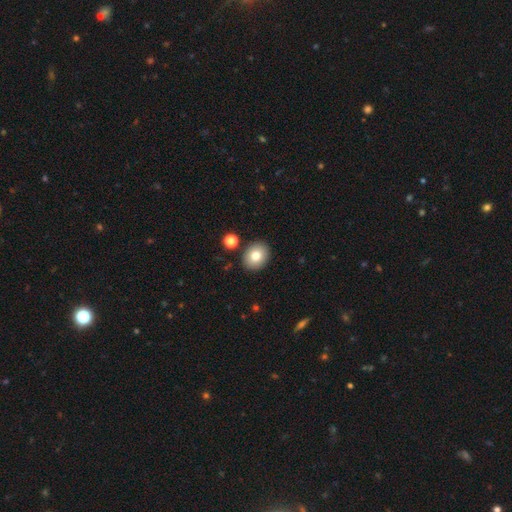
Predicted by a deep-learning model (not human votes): smooth_or_featured: smooth (p=0.81) [alt: featured or disk p=0.10]
how_rounded: in between (p=0.52) [alt: round p=0.47]
merging: none (p=0.87) [alt: minor disturbance p=0.08]